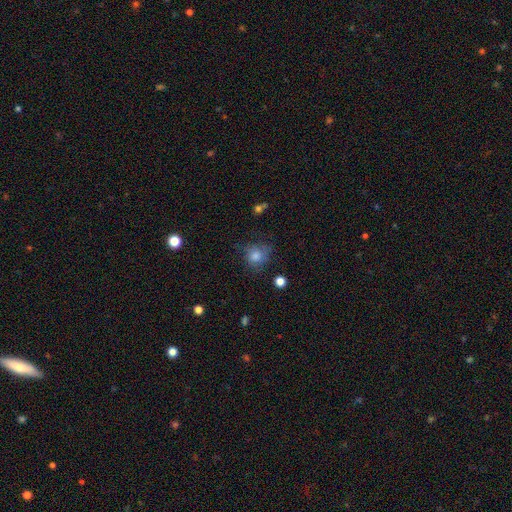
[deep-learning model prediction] smooth_or_featured: smooth (p=0.76) [alt: star or artifact p=0.12]
how_rounded: round (p=0.81) [alt: in between p=0.18]
merging: none (p=0.61) [alt: minor disturbance p=0.25]